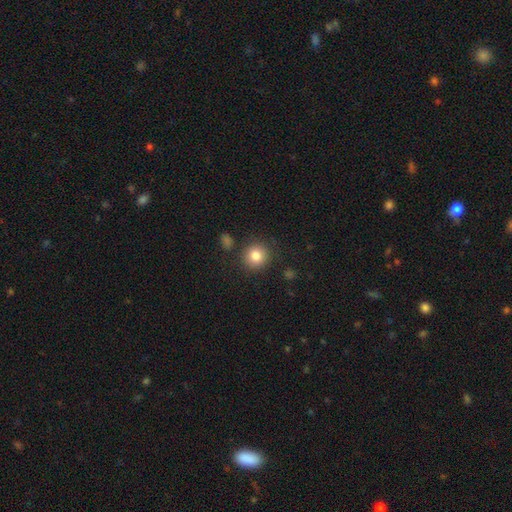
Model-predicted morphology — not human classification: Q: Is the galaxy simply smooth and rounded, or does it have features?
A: smooth — 83%.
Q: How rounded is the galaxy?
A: round — 91%.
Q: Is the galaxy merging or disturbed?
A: none — 87%.